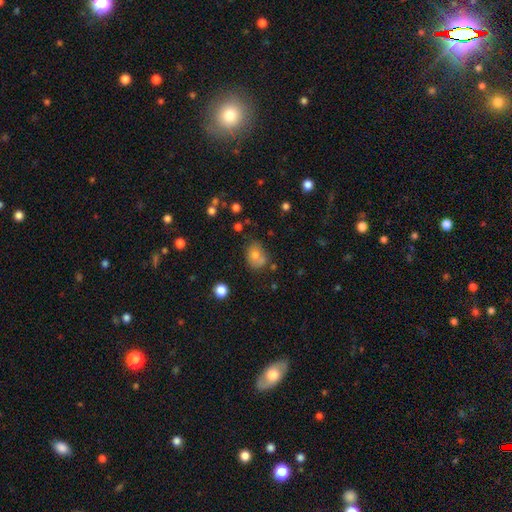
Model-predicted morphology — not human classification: The model was most divided on "how rounded": in between: 55%, round: 44%, cigar-shaped: 1%. More confident: smooth or featured — smooth (75%); merging — none (54%).